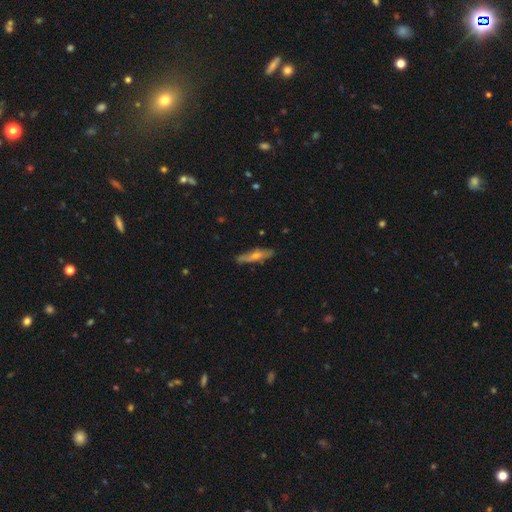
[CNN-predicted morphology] This appears to be a featured or disk galaxy (55%) viewed edge-on (76%). Merging: none (83%).